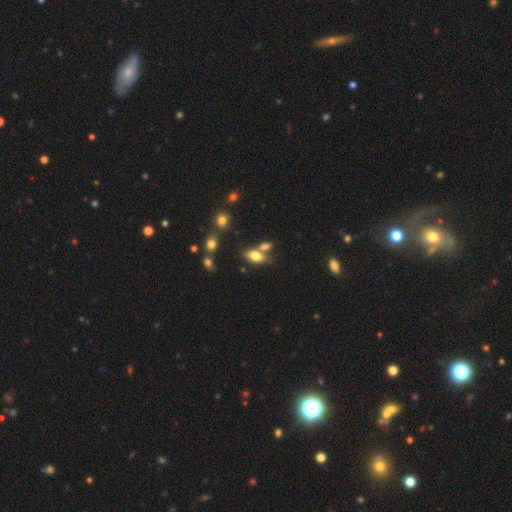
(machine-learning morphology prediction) type=smooth (72%); roundness=in between (84%); merging=none (52%).